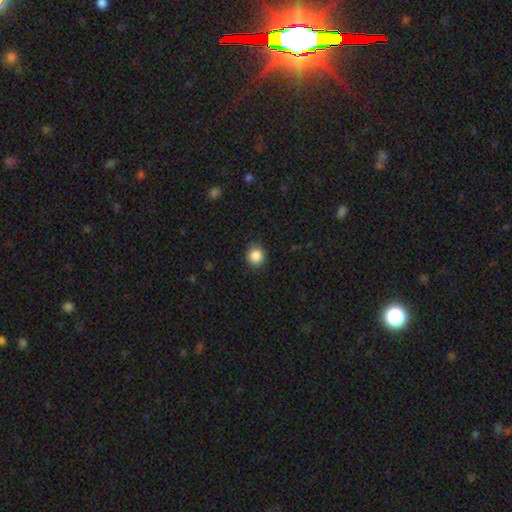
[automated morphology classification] Overall: smooth (87%). How rounded: round (88%). Merging: none (88%).